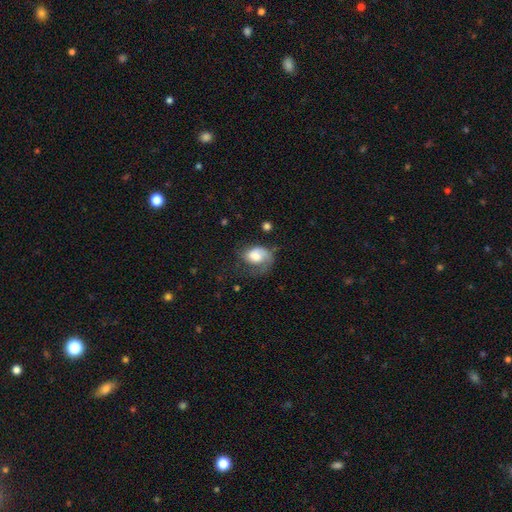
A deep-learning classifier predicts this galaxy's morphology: A smooth galaxy with no disk features (49%). Merging: major disturbance (39%).